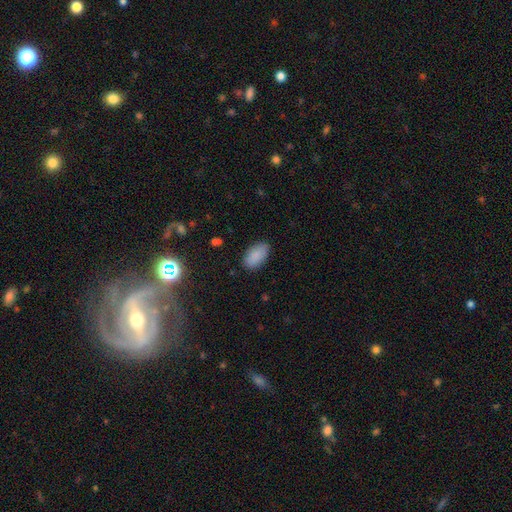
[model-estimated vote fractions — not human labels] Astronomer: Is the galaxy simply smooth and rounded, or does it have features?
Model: smooth — 88%.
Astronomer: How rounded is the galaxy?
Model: in between — 94%.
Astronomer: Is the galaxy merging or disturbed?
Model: none — 84%.